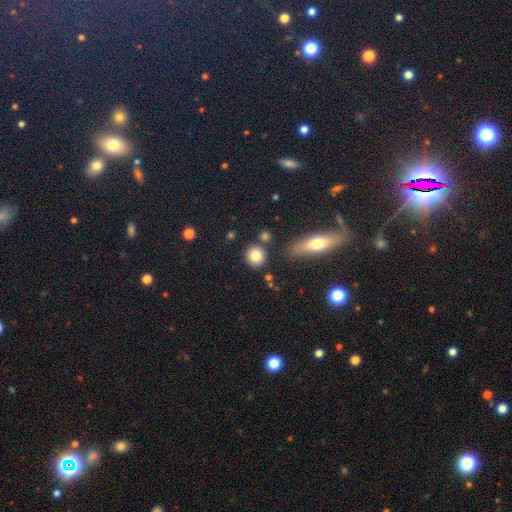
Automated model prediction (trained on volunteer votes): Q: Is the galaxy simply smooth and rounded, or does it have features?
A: smooth — 81%.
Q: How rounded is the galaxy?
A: round — 88%.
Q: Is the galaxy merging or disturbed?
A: none — 81%.